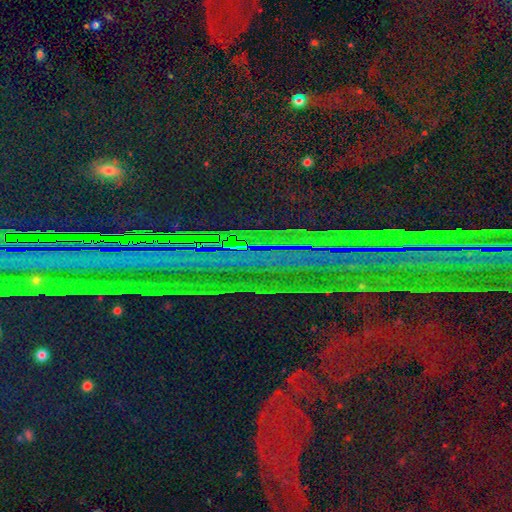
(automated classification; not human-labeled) star or artifact 87%, featured or disk 7%, smooth 6%.